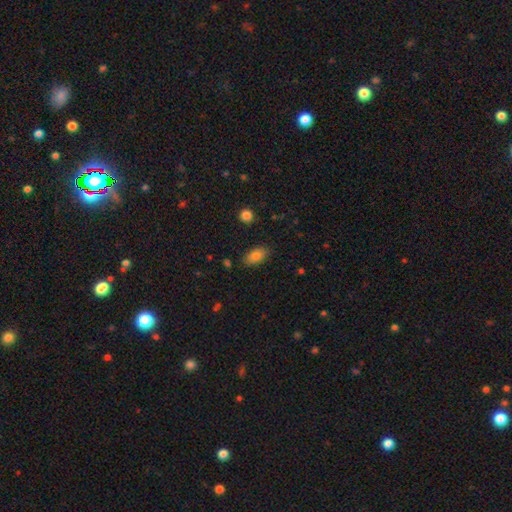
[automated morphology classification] Q: Smooth or featured?
A: smooth (83%); runner-up: star or artifact (9%)
Q: How rounded?
A: in between (91%); runner-up: round (6%)
Q: Merging?
A: none (83%); runner-up: minor disturbance (12%)